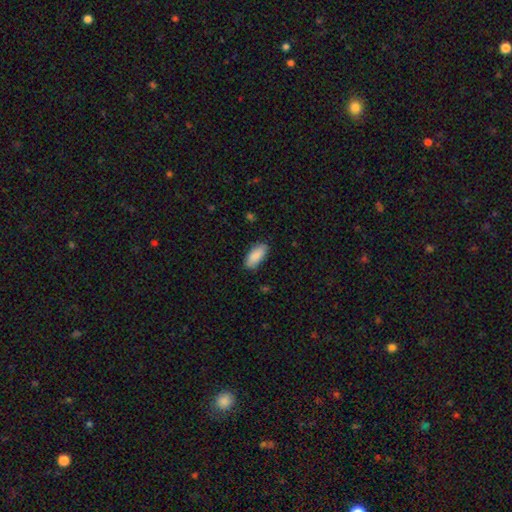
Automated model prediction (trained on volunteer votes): The model was most divided on "merging": none: 83%, minor disturbance: 14%, major disturbance: 2%, merger: 1%. More confident: smooth or featured — smooth (88%); how rounded — in between (87%).